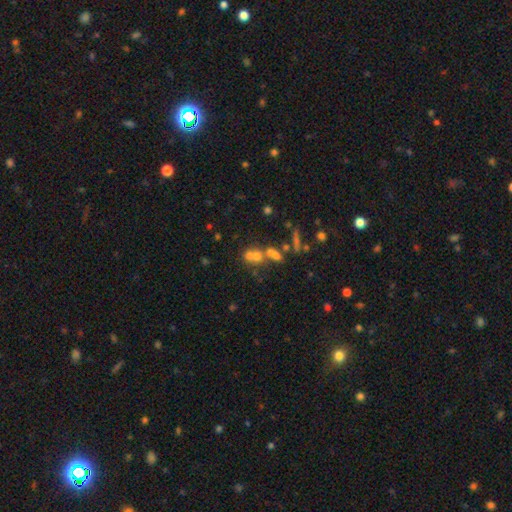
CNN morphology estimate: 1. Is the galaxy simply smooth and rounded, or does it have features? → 42% smooth, 32% star or artifact, 26% featured or disk.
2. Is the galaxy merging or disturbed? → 49% merger, 37% none, 8% minor disturbance, 7% major disturbance.